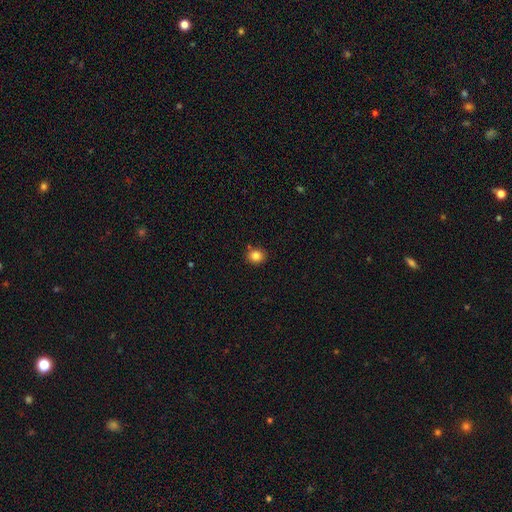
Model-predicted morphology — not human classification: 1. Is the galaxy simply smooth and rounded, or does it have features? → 84% smooth, 11% star or artifact, 6% featured or disk.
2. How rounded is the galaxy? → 76% round, 24% in between, 1% cigar-shaped.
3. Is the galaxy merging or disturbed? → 87% none, 8% minor disturbance, 4% merger, 2% major disturbance.